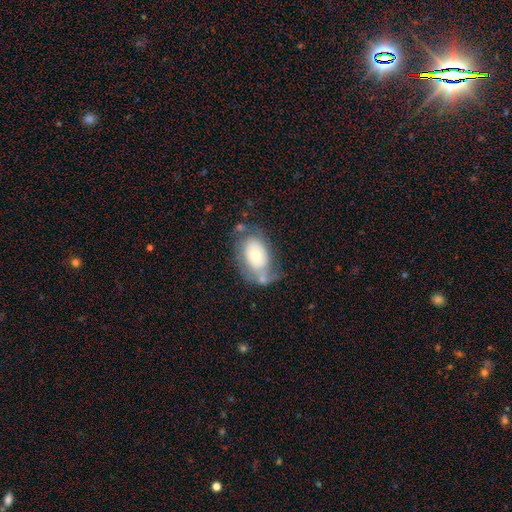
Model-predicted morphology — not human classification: This appears to be a smooth galaxy with no disk features (53%) that is in between round and cigar-shaped (86%). Merging: none (39%).